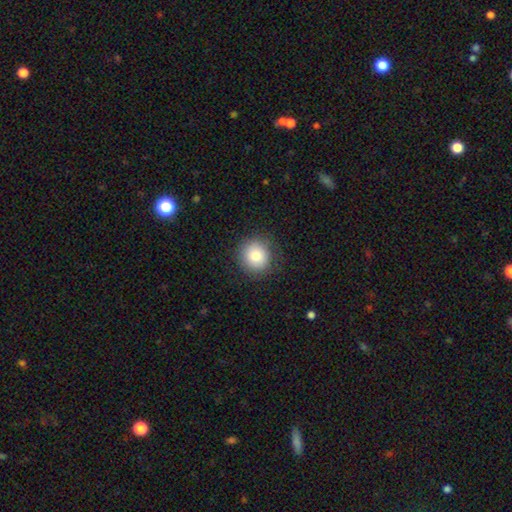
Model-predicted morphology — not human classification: smooth 82%, star or artifact 9%, featured or disk 9%. Down the decision tree: how rounded — round (90%); merging — none (86%).